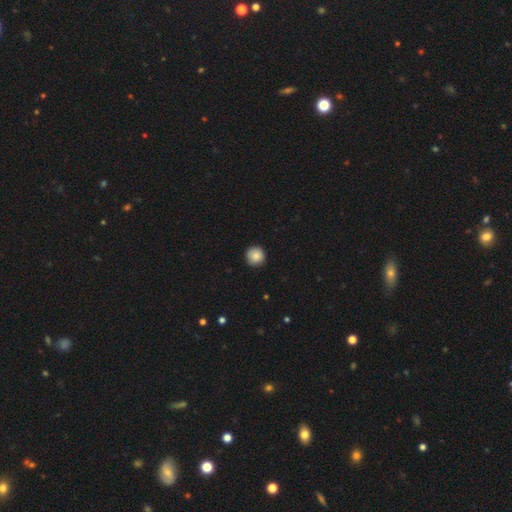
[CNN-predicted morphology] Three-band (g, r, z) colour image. It shows a smooth galaxy with no disk features (86%) that is round (96%). Merging: none (90%).